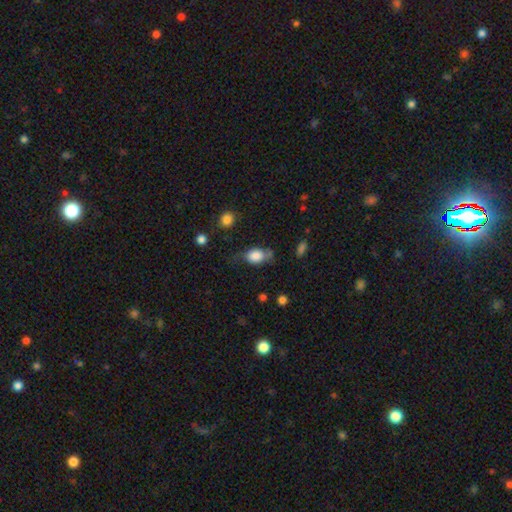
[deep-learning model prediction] smooth_or_featured: smooth (p=0.77) [alt: featured or disk p=0.15]
how_rounded: in between (p=0.80) [alt: round p=0.18]
merging: none (p=0.48) [alt: minor disturbance p=0.32]